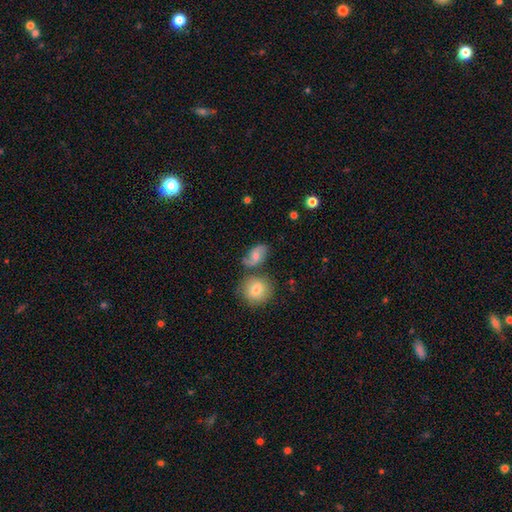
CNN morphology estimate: Overall: featured or disk (50%; smooth 41%). Merging: none (61%).